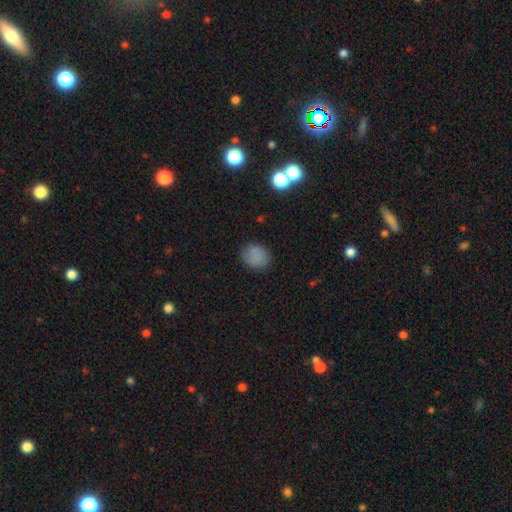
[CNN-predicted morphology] A smooth galaxy with no disk features (82%) that is in between round and cigar-shaped (50%).

Vote fractions:
- Smooth or featured? smooth: 82% / star or artifact: 10% / featured or disk: 8%
- How rounded? in between: 50% / round: 49% / cigar-shaped: 1%
- Merging? none: 79% / minor disturbance: 15% / major disturbance: 4% / merger: 2%